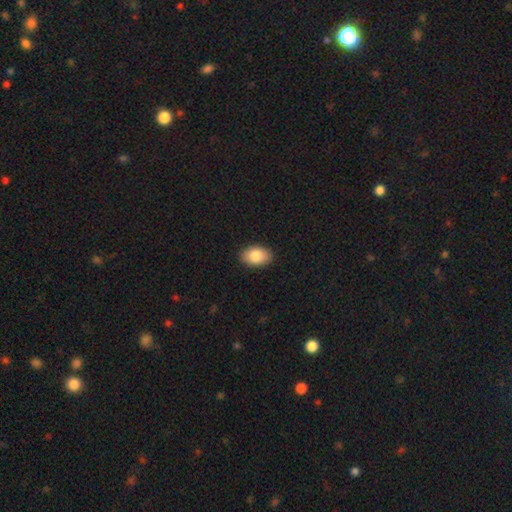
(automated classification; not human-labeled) This appears to be a smooth galaxy with no disk features (85%) that is in between round and cigar-shaped (89%). Merging: none (90%).